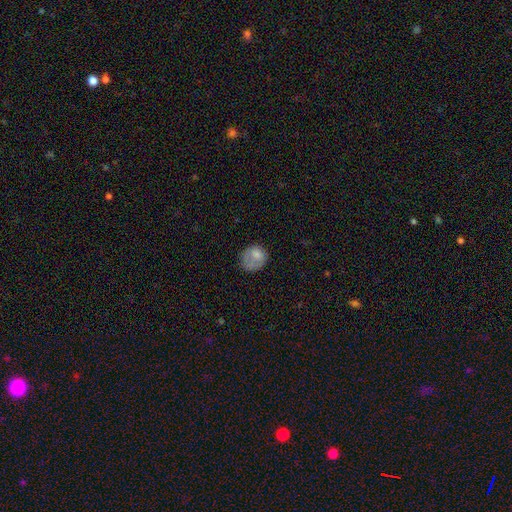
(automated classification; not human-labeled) Smooth or featured: smooth — 73% (featured or disk — 18%)
How rounded: round — 65% (in between — 34%)
Merging: none — 43% (minor disturbance — 28%)